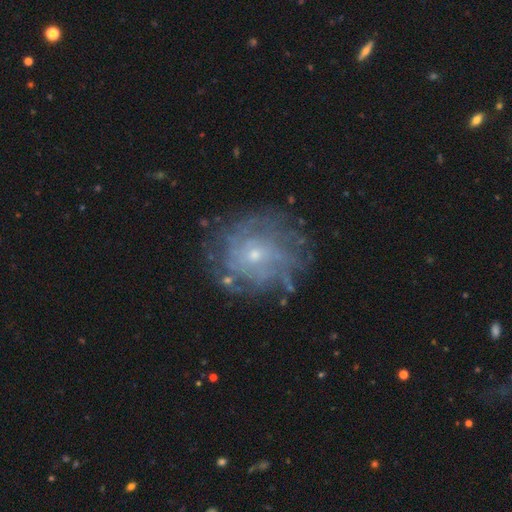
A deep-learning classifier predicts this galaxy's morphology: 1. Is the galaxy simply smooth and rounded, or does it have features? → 73% featured or disk, 15% smooth, 12% star or artifact.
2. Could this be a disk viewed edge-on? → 97% no, 3% yes.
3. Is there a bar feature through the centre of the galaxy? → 77% no, 19% weak, 4% strong.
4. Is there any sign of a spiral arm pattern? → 84% yes, 16% no.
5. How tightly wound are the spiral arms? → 62% tight, 27% medium, 11% loose.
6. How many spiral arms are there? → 51% can't tell, 14% more than 4, 12% 4, 8% 3, 8% 2, 6% 1.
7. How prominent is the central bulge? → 77% small, 19% moderate, 2% none, 1% large, 1% dominant.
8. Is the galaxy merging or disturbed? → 77% none, 14% minor disturbance, 7% major disturbance, 2% merger.